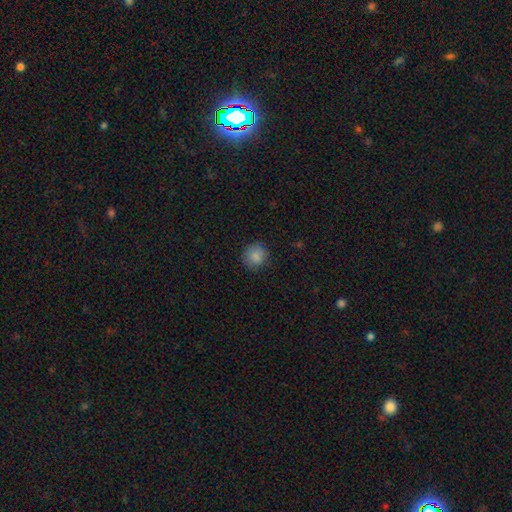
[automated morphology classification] Smooth or featured? Predicted: smooth (p=0.86). How rounded? Predicted: round (p=0.90). Merging? Predicted: none (p=0.87).